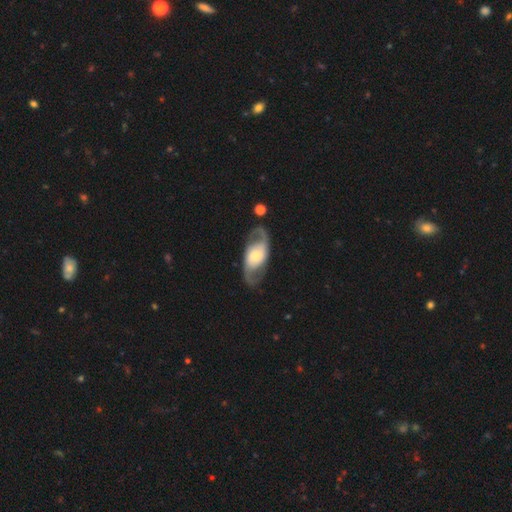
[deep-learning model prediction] A featured or disk galaxy (79%) with no bar (59%), 2 (90%) loose (44%) spiral arms (88%) and a moderate central bulge (47%).

Vote fractions:
- Smooth or featured? featured or disk: 79% / smooth: 16% / star or artifact: 5%
- Edge-on disk? no: 94% / yes: 6%
- Bar? no: 59% / weak: 28% / strong: 13%
- Spiral arms? yes: 88% / no: 12%
- Spiral winding? loose: 44% / medium: 42% / tight: 15%
- Spiral arm count? 2: 90% / can't tell: 5% / 1: 2% / 3: 1% / 4: 1% / more than 4: 1%
- Bulge size? moderate: 47% / small: 32% / large: 16% / dominant: 3% / none: 2%
- Merging? none: 77% / minor disturbance: 12% / major disturbance: 8% / merger: 2%